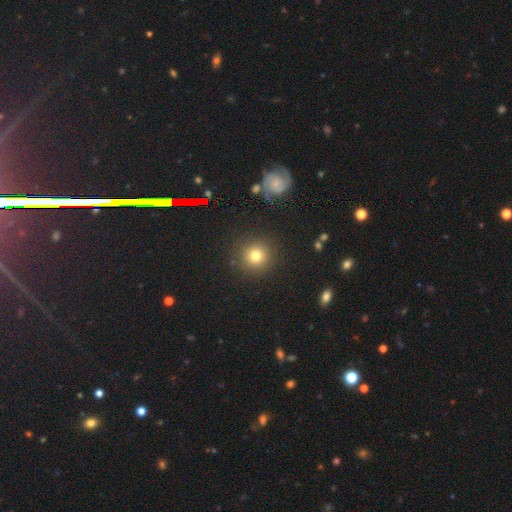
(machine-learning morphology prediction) The model was most divided on "smooth or featured": smooth: 77%, star or artifact: 15%, featured or disk: 8%. More confident: how rounded — round (93%); merging — none (89%).